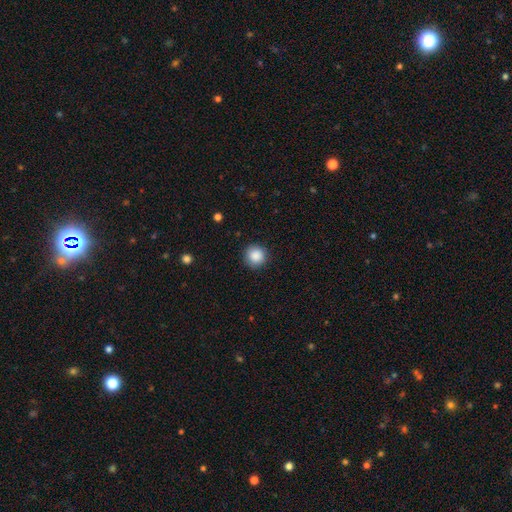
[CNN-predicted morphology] Smooth or featured? smooth (88%)
How rounded? round (95%)
Merging? none (90%)